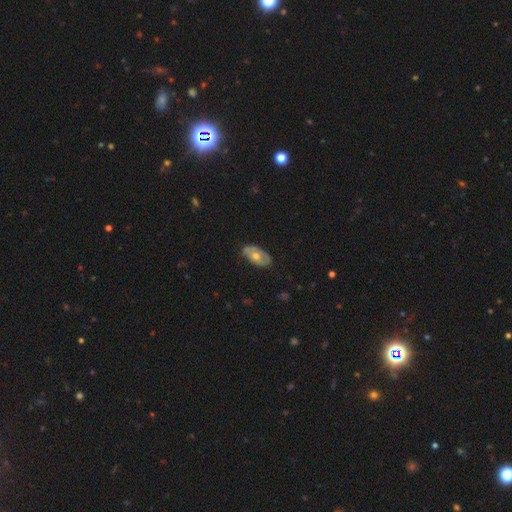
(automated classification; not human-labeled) smooth_or_featured: smooth (p=0.48) [alt: featured or disk p=0.45]
merging: none (p=0.77) [alt: minor disturbance p=0.19]